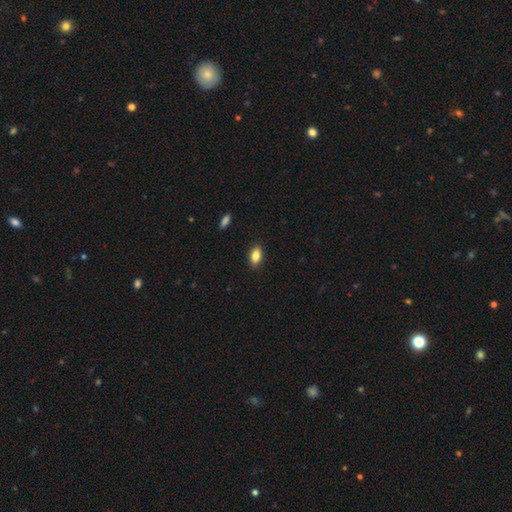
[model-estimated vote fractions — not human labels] A smooth galaxy with no disk features (84%) that is in between round and cigar-shaped (88%). Merging: none (88%).